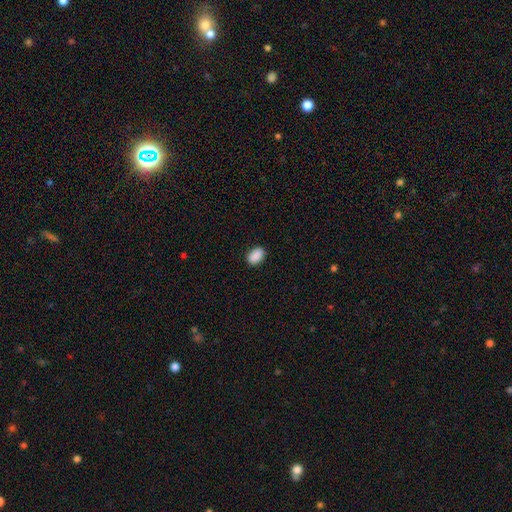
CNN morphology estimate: A smooth galaxy with no disk features (90%) that is in between round and cigar-shaped (88%).

Vote fractions:
- Smooth or featured? smooth: 90% / star or artifact: 8% / featured or disk: 3%
- How rounded? in between: 88% / round: 10% / cigar-shaped: 2%
- Merging? none: 88% / minor disturbance: 9% / major disturbance: 2% / merger: 1%